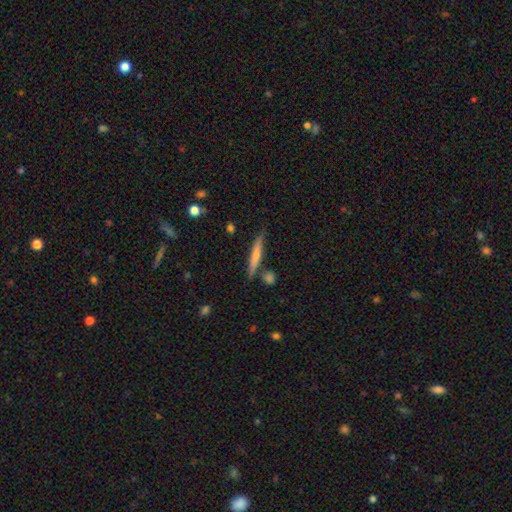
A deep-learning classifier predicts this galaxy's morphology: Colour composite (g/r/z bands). It shows a smooth galaxy with no disk features (62%) that is cigar-shaped (92%). Merging: none (76%).